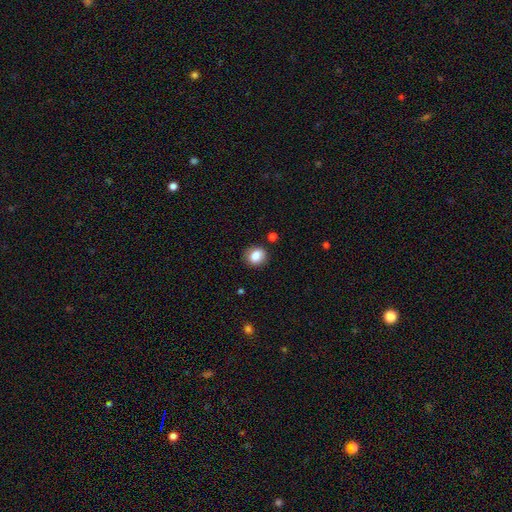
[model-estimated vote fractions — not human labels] A smooth galaxy with no disk features (85%) that is round (64%).

Vote fractions:
- Smooth or featured? smooth: 85% / star or artifact: 9% / featured or disk: 6%
- How rounded? round: 64% / in between: 35% / cigar-shaped: 1%
- Merging? none: 82% / minor disturbance: 12% / major disturbance: 3% / merger: 3%